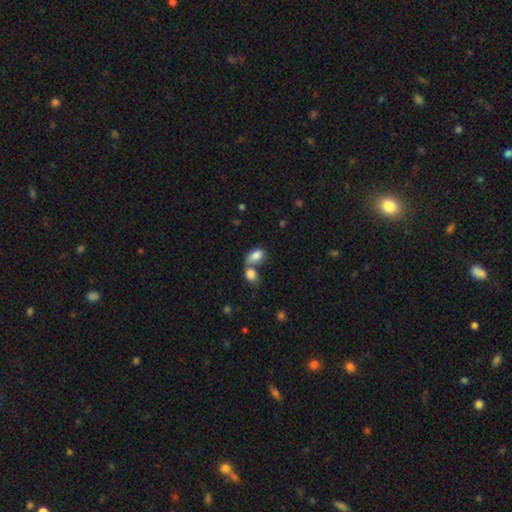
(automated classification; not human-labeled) This is clearly a smooth galaxy (84%). How rounded: clearly in between (90%). Merging: possibly merger (58%).